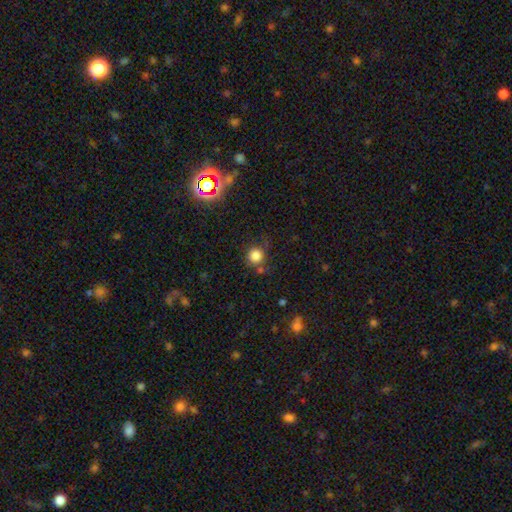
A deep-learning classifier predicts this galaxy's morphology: This appears to be a smooth galaxy with no disk features (82%) that is round (93%). Merging: none (74%).